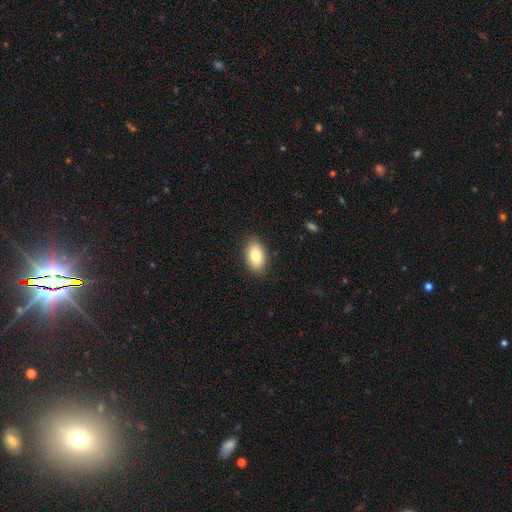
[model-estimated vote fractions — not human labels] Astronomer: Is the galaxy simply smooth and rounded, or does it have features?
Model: smooth — 82%.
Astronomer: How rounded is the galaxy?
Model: in between — 91%.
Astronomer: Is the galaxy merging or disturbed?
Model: none — 88%.